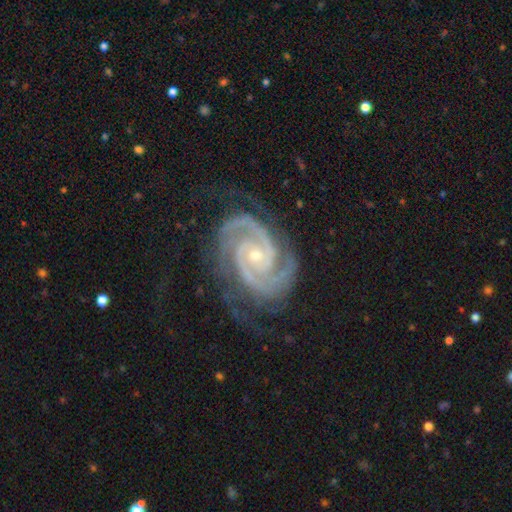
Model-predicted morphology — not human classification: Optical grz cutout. It shows a featured or disk galaxy (94%) with no bar (60%), 2 (74%) tight (70%) spiral arms (99%) and a small central bulge (64%). Merging: none (72%).